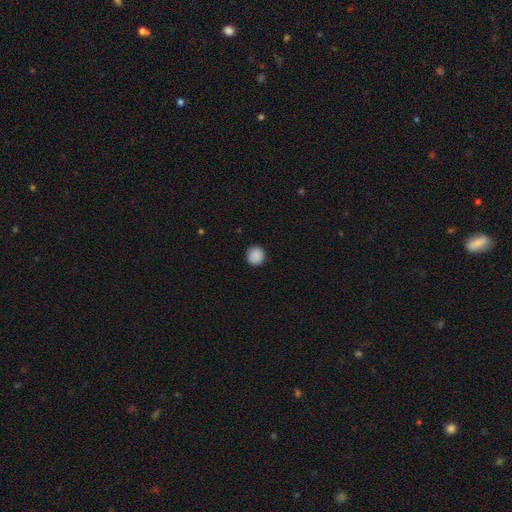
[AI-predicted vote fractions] A smooth galaxy with no disk features (89%) that is round (94%). Merging: none (92%).